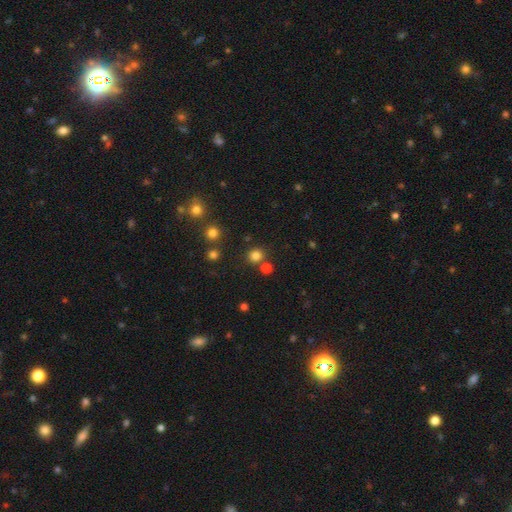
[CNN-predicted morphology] Q: Smooth or featured?
A: smooth (78%); runner-up: star or artifact (17%)
Q: How rounded?
A: round (89%); runner-up: in between (10%)
Q: Merging?
A: none (79%); runner-up: merger (11%)